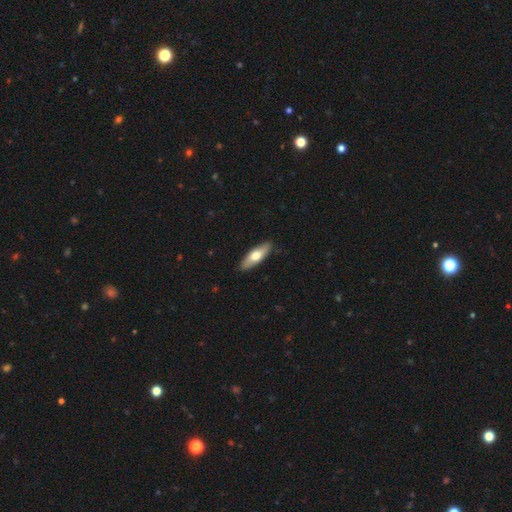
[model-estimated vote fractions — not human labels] Morphology: type=smooth (62%); roundness=in between (53%); merging=none (89%).